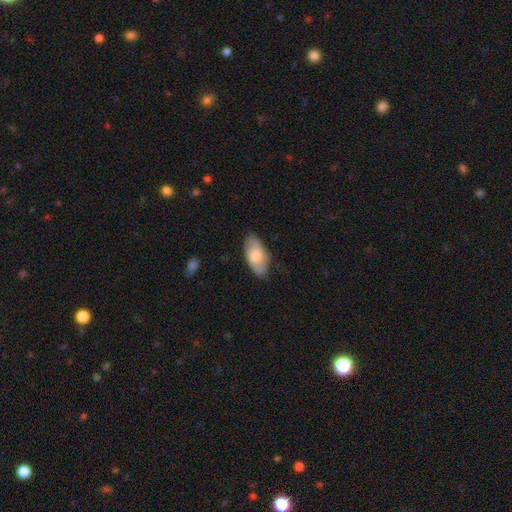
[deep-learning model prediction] smooth-or-featured: smooth: 68% | featured or disk: 26% | star or artifact: 6%
  how-rounded: in between: 93% | cigar-shaped: 5% | round: 3%
  merging: none: 77% | minor disturbance: 18% | major disturbance: 4% | merger: 1%